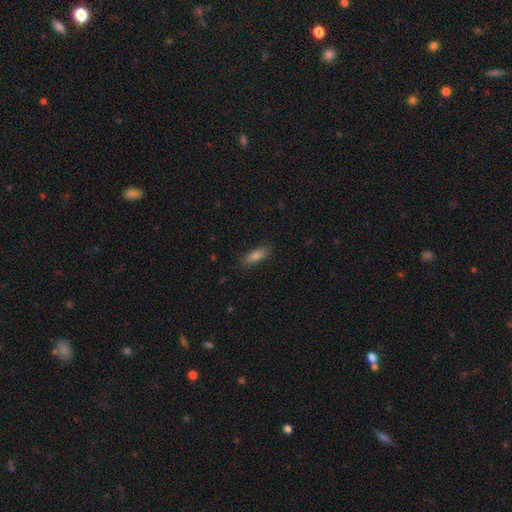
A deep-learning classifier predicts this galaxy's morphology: smooth_or_featured: smooth (p=0.81) [alt: featured or disk p=0.10]
how_rounded: in between (p=0.69) [alt: cigar-shaped p=0.28]
merging: none (p=0.85) [alt: minor disturbance p=0.11]